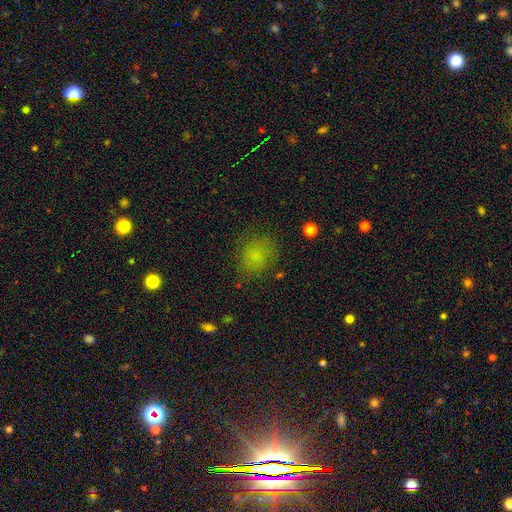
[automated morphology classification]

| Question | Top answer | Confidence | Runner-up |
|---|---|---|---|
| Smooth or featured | smooth | 76% | star or artifact (15%) |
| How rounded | round | 66% | in between (33%) |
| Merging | none | 74% | minor disturbance (17%) |